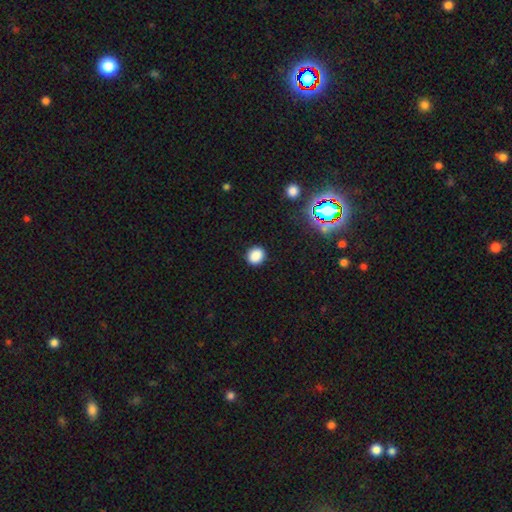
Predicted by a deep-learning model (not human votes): Smooth or featured? Predicted: smooth (p=0.86). How rounded? Predicted: round (p=0.74). Merging? Predicted: none (p=0.90).